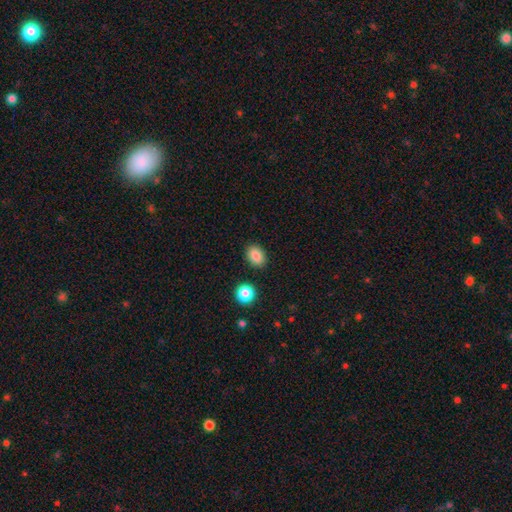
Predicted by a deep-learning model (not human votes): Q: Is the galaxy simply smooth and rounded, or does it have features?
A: smooth — 86%.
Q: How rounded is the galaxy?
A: in between — 72%.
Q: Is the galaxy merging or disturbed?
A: none — 87%.